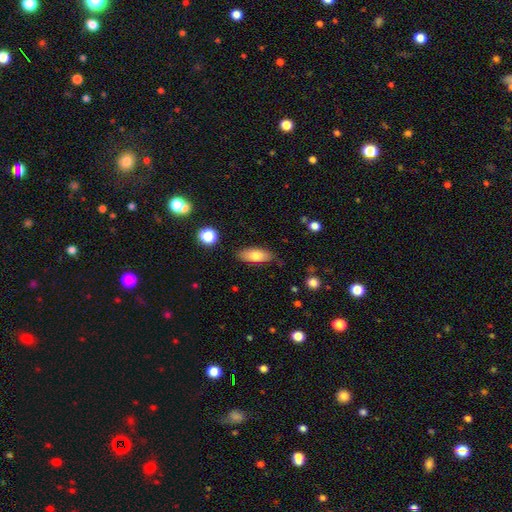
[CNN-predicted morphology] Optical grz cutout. It shows a smooth galaxy with no disk features (75%) that is in between round and cigar-shaped (81%). Merging: none (81%).